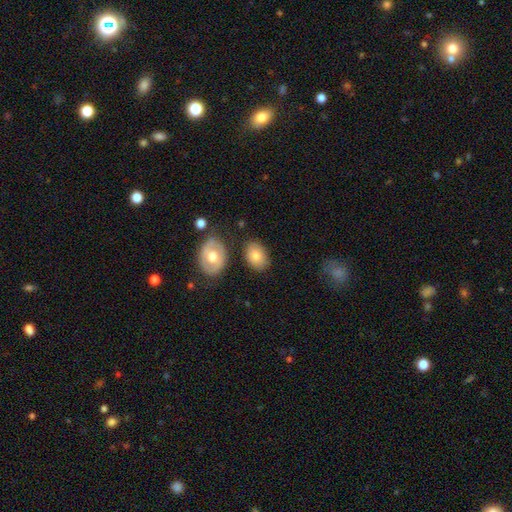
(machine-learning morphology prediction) Overall: smooth (77%). How rounded: in between (79%). Merging: none (75%).